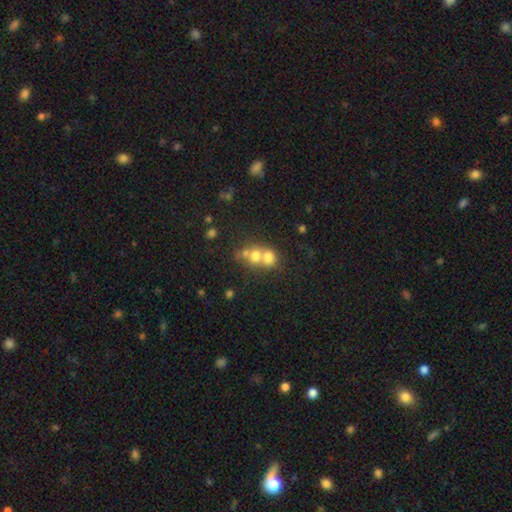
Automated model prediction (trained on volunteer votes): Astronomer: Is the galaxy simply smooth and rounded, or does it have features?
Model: smooth — 66%.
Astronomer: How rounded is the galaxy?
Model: round — 71%.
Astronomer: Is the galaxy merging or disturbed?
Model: merger — 65%.